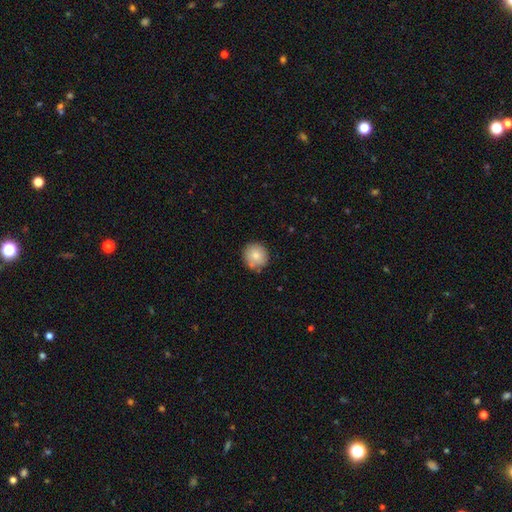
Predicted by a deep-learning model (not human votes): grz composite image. It shows a smooth galaxy with no disk features (82%) that is round (92%). Merging: none (82%).